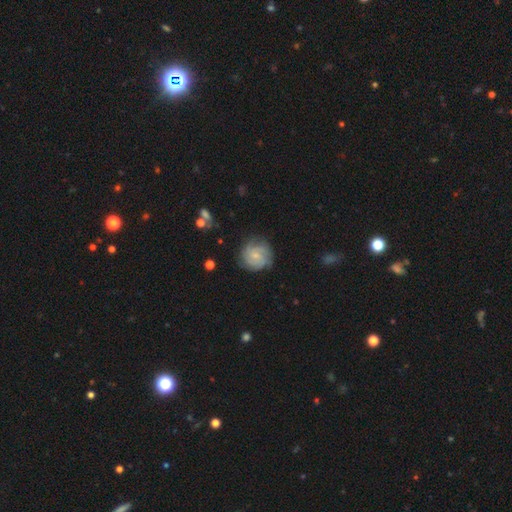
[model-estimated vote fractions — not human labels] This is likely a featured or disk galaxy (76%). It is clearly not viewed edge-on (98%). Bar: likely no (61%). Spiral arm pattern: clearly yes (95%). Spiral arm count: marginally 3 (28%). Spiral winding: likely tight (65%). Central bulge: likely small (68%). Merging: likely none (79%).